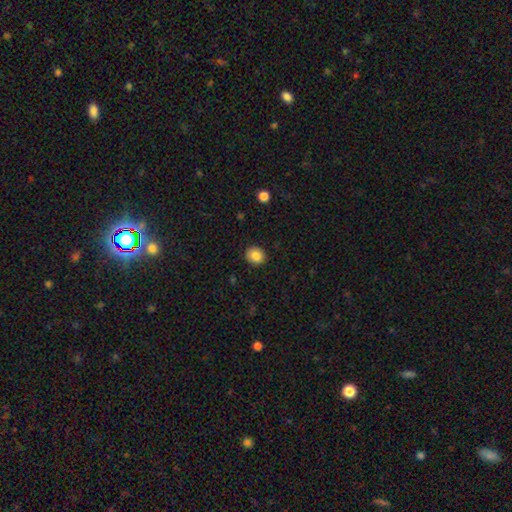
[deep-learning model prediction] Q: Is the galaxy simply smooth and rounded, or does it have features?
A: smooth — 85%.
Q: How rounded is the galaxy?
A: round — 75%.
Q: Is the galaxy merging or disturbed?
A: none — 90%.